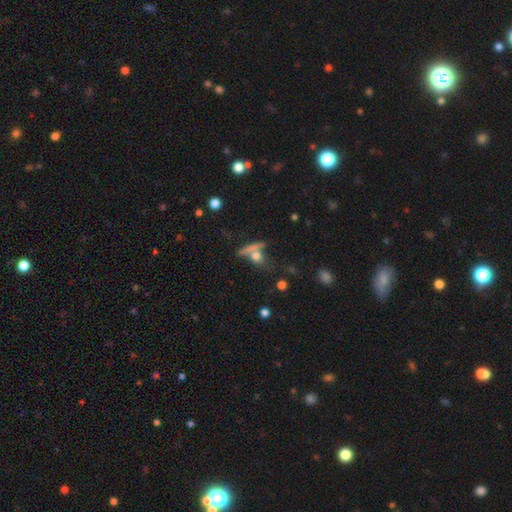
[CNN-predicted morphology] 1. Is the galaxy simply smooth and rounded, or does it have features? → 66% smooth, 21% featured or disk, 13% star or artifact.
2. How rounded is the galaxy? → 43% round, 31% in between, 26% cigar-shaped.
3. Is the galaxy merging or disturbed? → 52% none, 27% merger, 12% minor disturbance, 8% major disturbance.